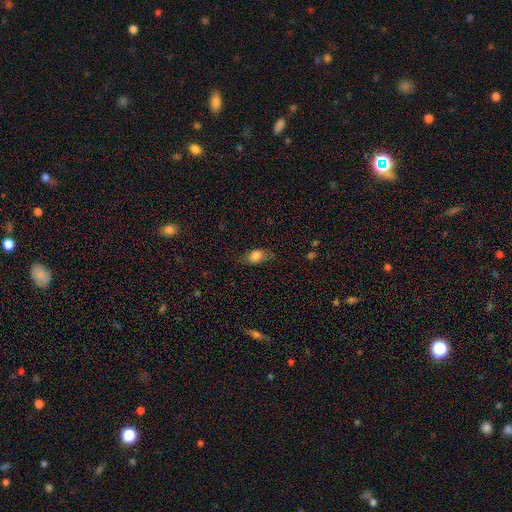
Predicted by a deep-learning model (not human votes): This is likely a smooth galaxy (78%). How rounded: likely in between (79%). Merging: likely none (66%).